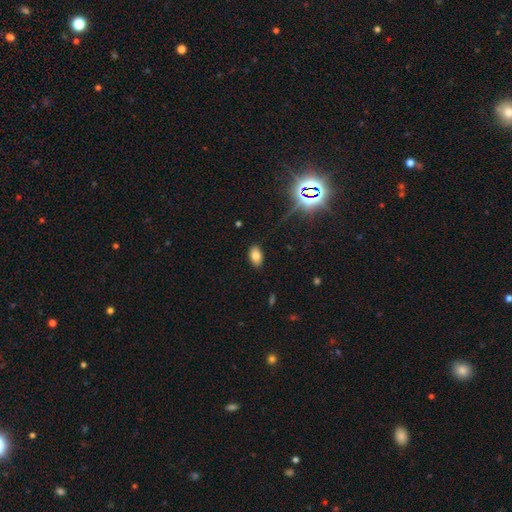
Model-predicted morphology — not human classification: Q: Smooth or featured?
A: smooth (79%); runner-up: star or artifact (12%)
Q: How rounded?
A: in between (92%); runner-up: round (7%)
Q: Merging?
A: none (88%); runner-up: minor disturbance (9%)